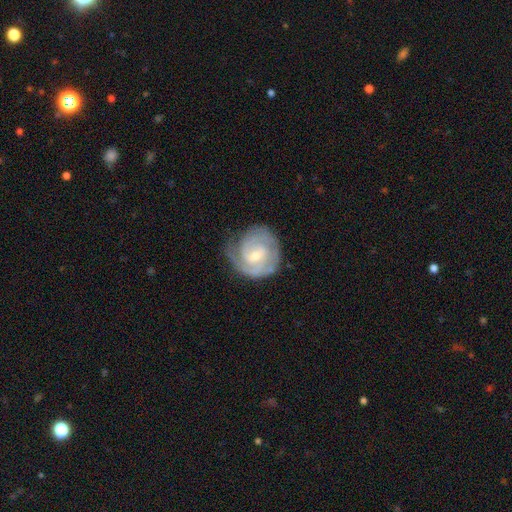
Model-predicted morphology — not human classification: The model was most divided on "bar": weak: 47%, no: 45%, strong: 8%. Remaining: edge-on disk — no (98%); spiral arms — yes (94%); smooth or featured — featured or disk (81%); merging — none (64%); spiral winding — tight (63%); bulge size — small (51%); spiral arm count — 2 (45%).